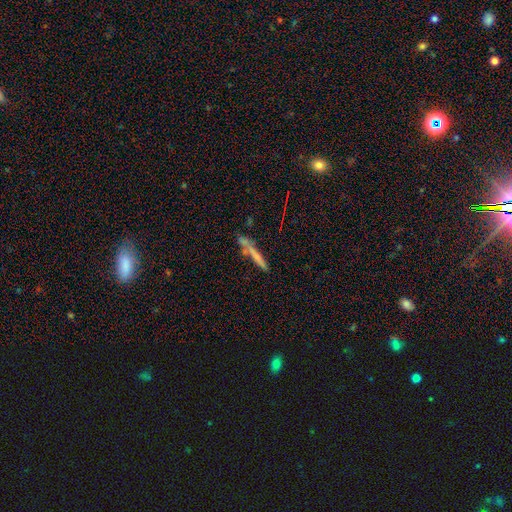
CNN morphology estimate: type=smooth (60%); roundness=cigar-shaped (93%); merging=none (64%).